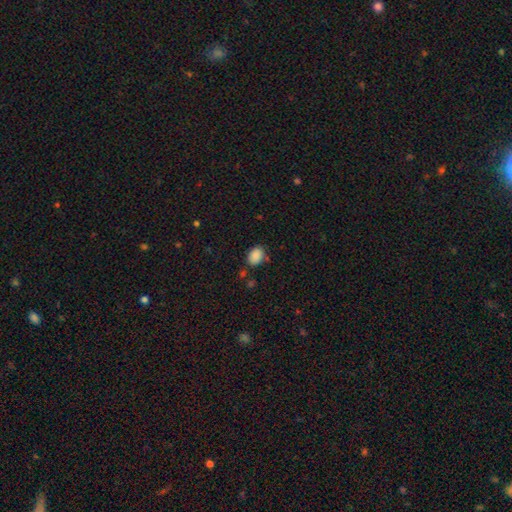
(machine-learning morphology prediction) Q: Smooth or featured?
A: smooth (87%); runner-up: star or artifact (9%)
Q: How rounded?
A: in between (73%); runner-up: round (26%)
Q: Merging?
A: none (76%); runner-up: minor disturbance (15%)